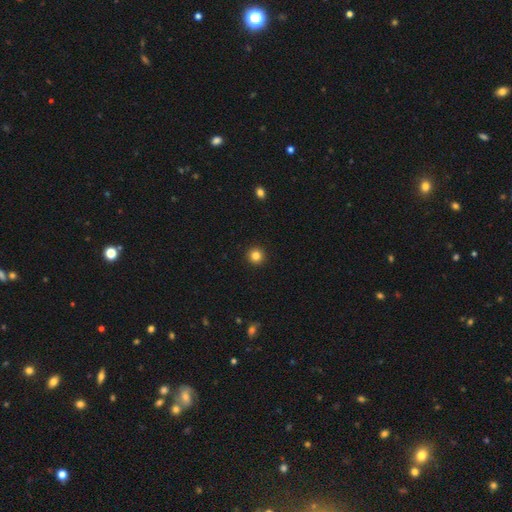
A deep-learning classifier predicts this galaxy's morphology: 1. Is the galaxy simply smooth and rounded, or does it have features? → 83% smooth, 12% star or artifact, 5% featured or disk.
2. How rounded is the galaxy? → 95% round, 4% in between, 1% cigar-shaped.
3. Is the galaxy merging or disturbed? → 93% none, 4% minor disturbance, 1% major disturbance, 1% merger.